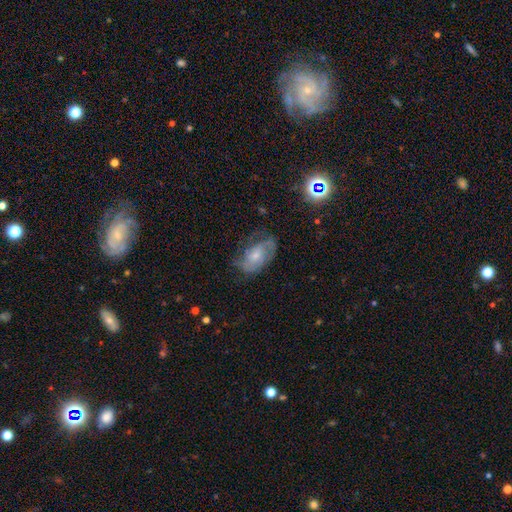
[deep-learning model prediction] Morphology: type=featured or disk (60%); edge-on=no (95%); bar=no (68%); spiral arms=yes (80%); bulge=small (52%); merging=none (51%).